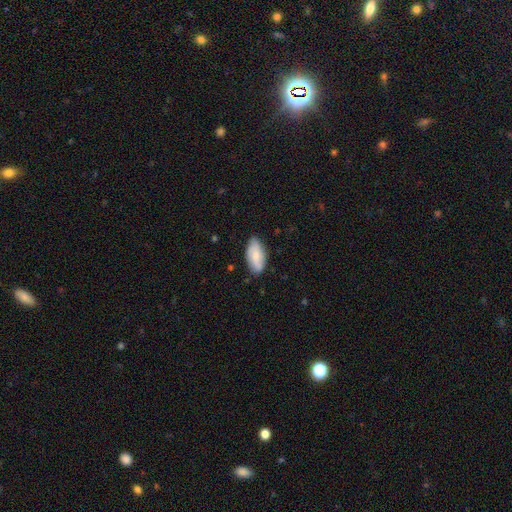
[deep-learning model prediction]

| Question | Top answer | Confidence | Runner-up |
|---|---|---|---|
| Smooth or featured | smooth | 69% | featured or disk (25%) |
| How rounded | in between | 91% | cigar-shaped (7%) |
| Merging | none | 80% | minor disturbance (16%) |